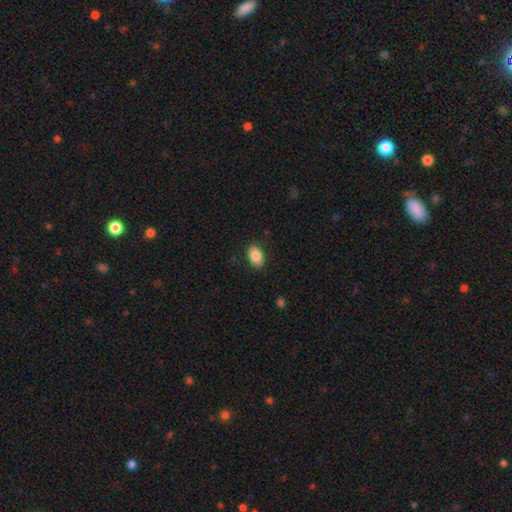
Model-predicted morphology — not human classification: smooth-or-featured: smooth: 86% | star or artifact: 7% | featured or disk: 7%
  how-rounded: in between: 86% | round: 13% | cigar-shaped: 1%
  merging: none: 86% | minor disturbance: 10% | major disturbance: 2% | merger: 1%